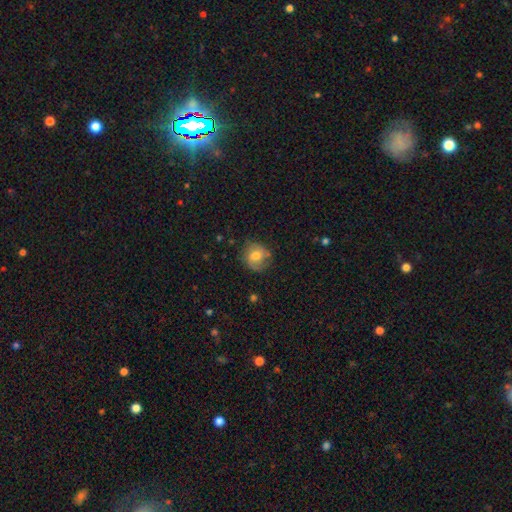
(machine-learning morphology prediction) Smooth or featured? smooth (70%)
How rounded? round (80%)
Merging? none (69%)